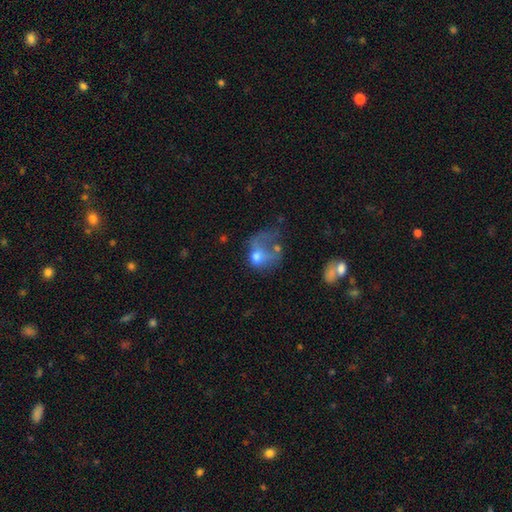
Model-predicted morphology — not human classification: type=smooth (51%); roundness=in between (56%); merging=major disturbance (58%).